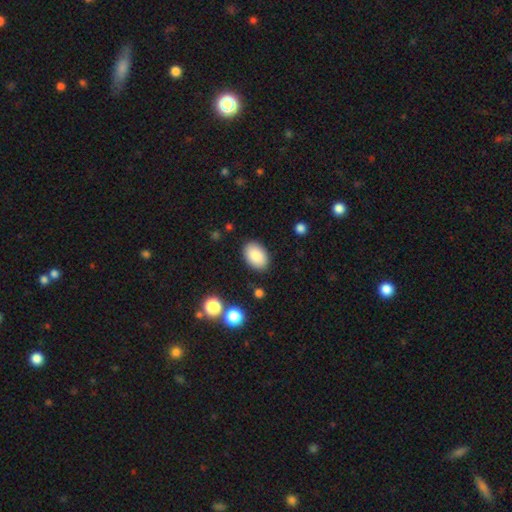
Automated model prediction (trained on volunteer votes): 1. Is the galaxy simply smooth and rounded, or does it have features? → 86% smooth, 7% star or artifact, 7% featured or disk.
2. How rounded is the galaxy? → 89% in between, 9% round, 1% cigar-shaped.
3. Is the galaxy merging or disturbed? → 87% none, 9% minor disturbance, 2% major disturbance, 2% merger.